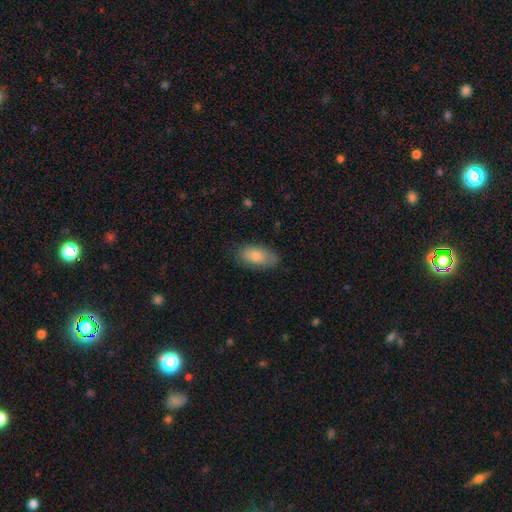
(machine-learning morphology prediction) type=smooth (77%); roundness=in between (91%); merging=none (81%).